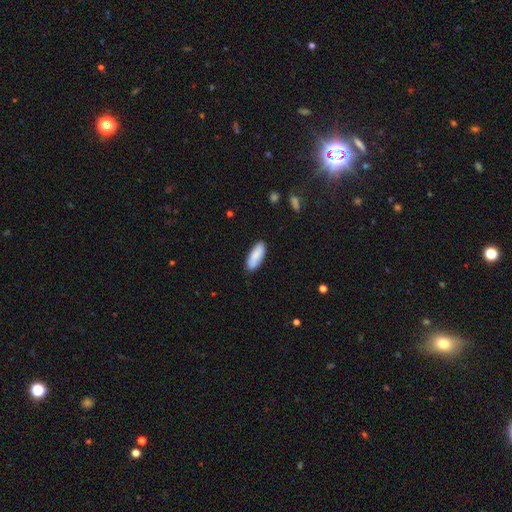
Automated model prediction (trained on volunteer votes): Smooth or featured: smooth — 86% (featured or disk — 8%)
How rounded: in between — 74% (cigar-shaped — 24%)
Merging: none — 87% (minor disturbance — 10%)